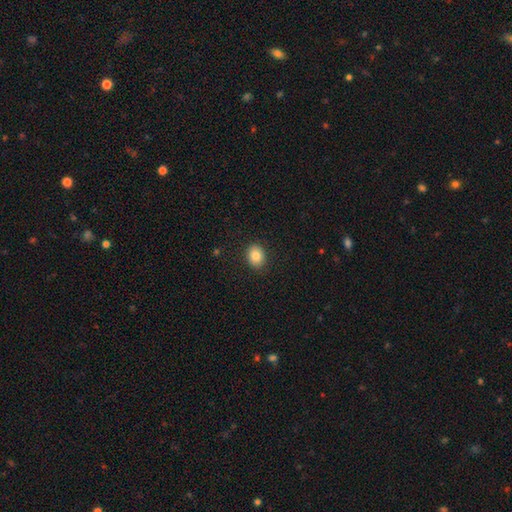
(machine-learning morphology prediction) Overall: smooth (85%). How rounded: in between (55%; round 44%). Merging: none (89%).